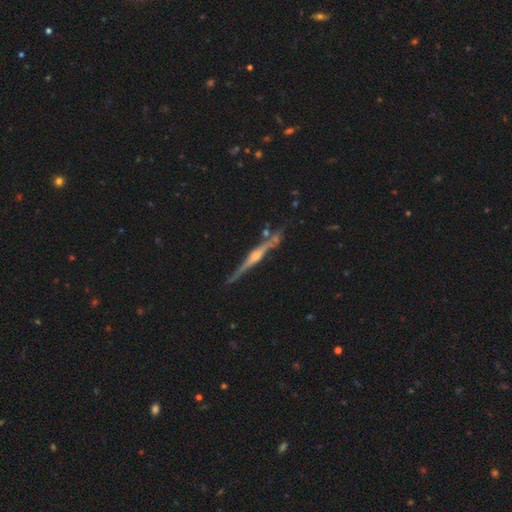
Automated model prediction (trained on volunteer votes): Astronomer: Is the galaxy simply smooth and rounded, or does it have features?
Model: featured or disk — 84%.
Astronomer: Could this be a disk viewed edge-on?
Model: yes — 98%.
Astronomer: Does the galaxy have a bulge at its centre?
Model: rounded — 84%.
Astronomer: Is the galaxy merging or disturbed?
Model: none — 80%.